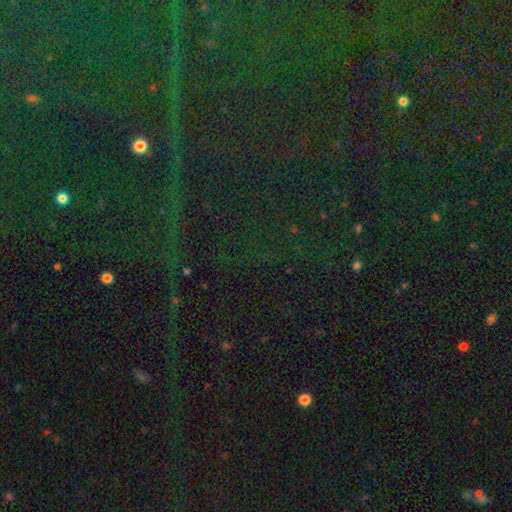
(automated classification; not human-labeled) star or artifact 84%, smooth 9%, featured or disk 7%.